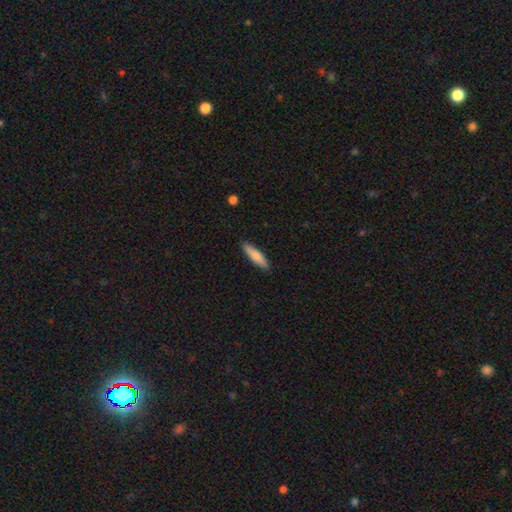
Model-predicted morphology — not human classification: A smooth galaxy with no disk features (78%) that is cigar-shaped (75%). Merging: none (89%).